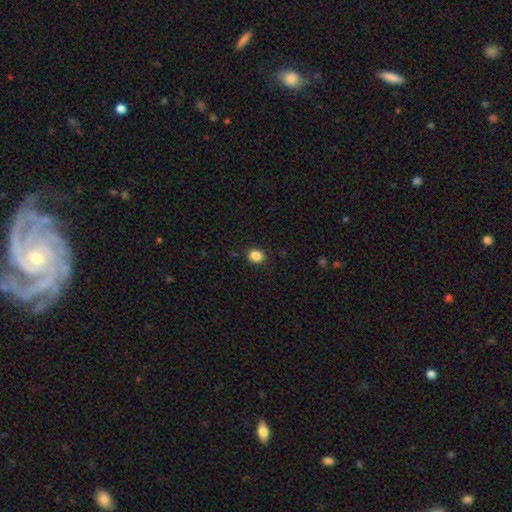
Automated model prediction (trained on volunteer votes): smooth-or-featured: smooth: 86% | star or artifact: 10% | featured or disk: 3%
  how-rounded: round: 61% | in between: 38% | cigar-shaped: 1%
  merging: none: 90% | minor disturbance: 7% | major disturbance: 2% | merger: 1%